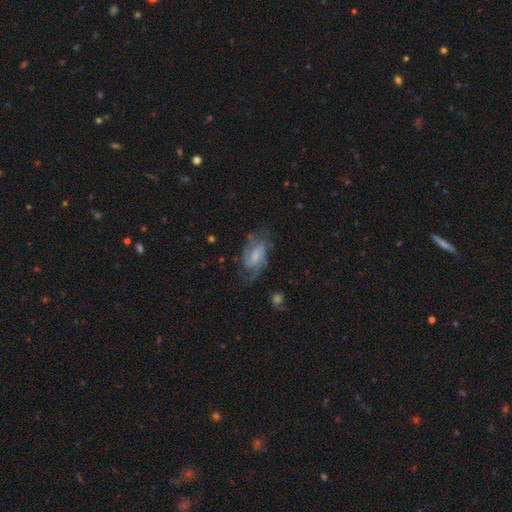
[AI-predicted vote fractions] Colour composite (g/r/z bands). It shows a featured or disk galaxy (76%) with a weak bar (47%), 2 (53%) medium (49%) spiral arms (92%) and a small central bulge (41%). Merging: none (57%).